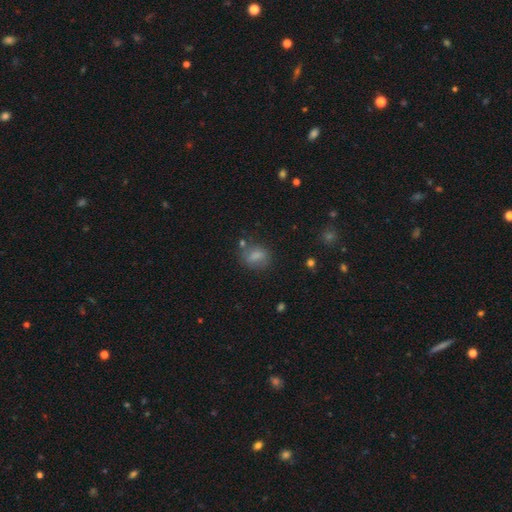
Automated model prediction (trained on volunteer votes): smooth-or-featured: smooth: 74% | featured or disk: 15% | star or artifact: 11%
  how-rounded: in between: 63% | round: 34% | cigar-shaped: 3%
  merging: none: 64% | minor disturbance: 20% | major disturbance: 9% | merger: 6%